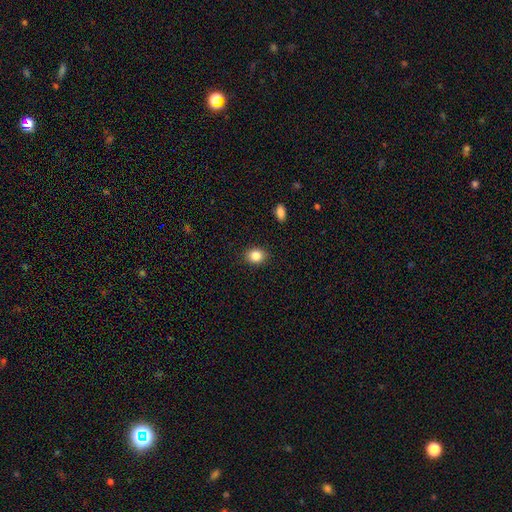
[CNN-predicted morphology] Smooth or featured? smooth (85%)
How rounded? round (56%)
Merging? none (90%)